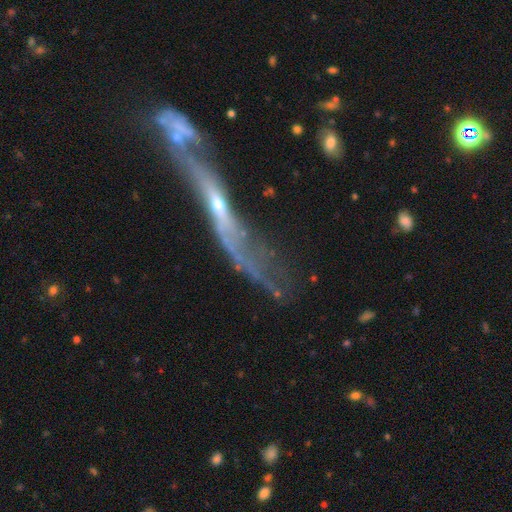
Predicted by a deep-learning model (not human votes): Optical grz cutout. It shows a featured or disk galaxy (73%) viewed edge-on (54%). Merging: none (33%).